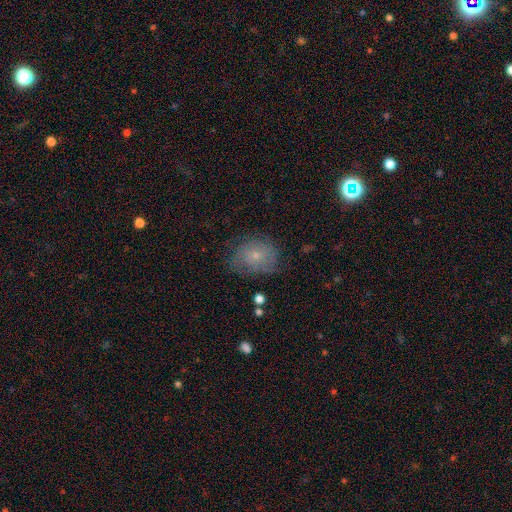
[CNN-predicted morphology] Q: Smooth or featured?
A: smooth (56%); runner-up: featured or disk (33%)
Q: How rounded?
A: round (54%); runner-up: in between (44%)
Q: Merging?
A: none (61%); runner-up: minor disturbance (26%)